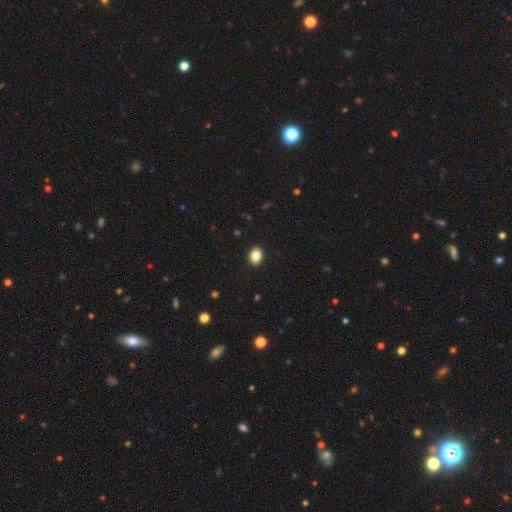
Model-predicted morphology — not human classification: The model was most divided on "how rounded": in between: 61%, round: 38%, cigar-shaped: 1%. More confident: merging — none (91%); smooth or featured — smooth (85%).